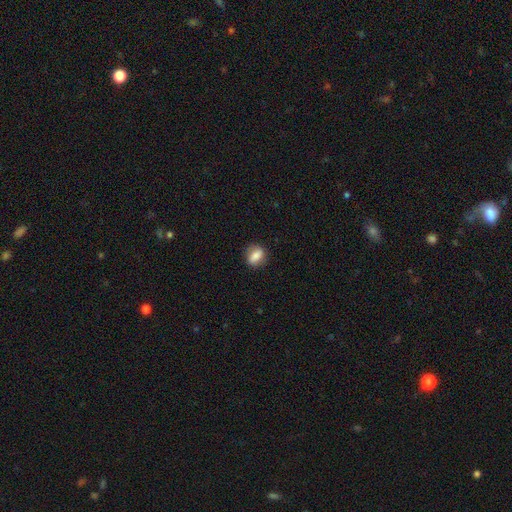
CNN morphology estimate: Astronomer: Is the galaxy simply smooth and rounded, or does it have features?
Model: smooth — 78%.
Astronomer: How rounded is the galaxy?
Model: in between — 63%.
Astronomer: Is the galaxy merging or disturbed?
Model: none — 82%.